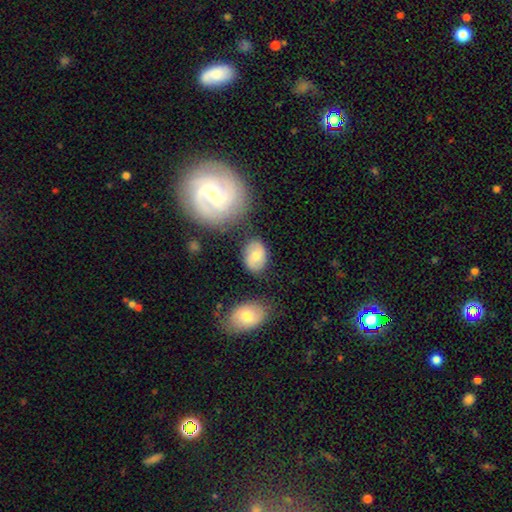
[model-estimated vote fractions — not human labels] This is likely a smooth galaxy (64%). How rounded: likely in between (74%). Merging: likely none (76%).